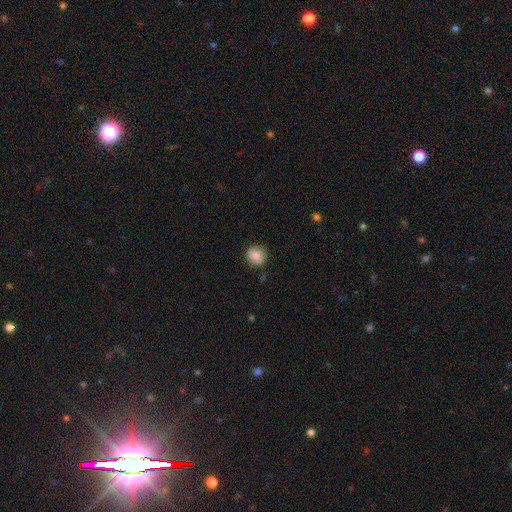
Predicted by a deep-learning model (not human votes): A smooth galaxy with no disk features (87%) that is round (82%).

Vote fractions:
- Smooth or featured? smooth: 87% / star or artifact: 9% / featured or disk: 5%
- How rounded? round: 82% / in between: 17% / cigar-shaped: 1%
- Merging? none: 81% / minor disturbance: 15% / major disturbance: 3% / merger: 2%